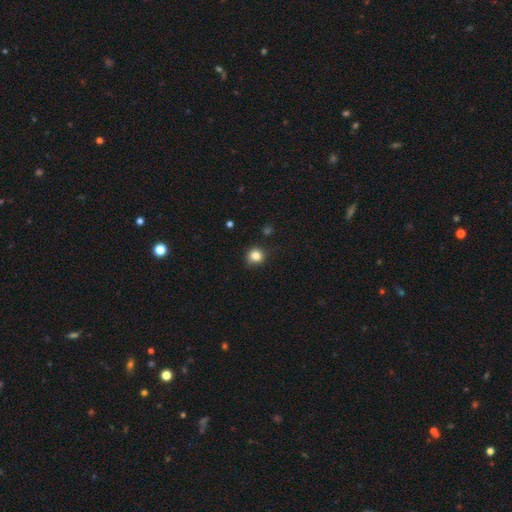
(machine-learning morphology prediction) Smooth or featured?
  - smooth: 83% *
  - star or artifact: 12%
  - featured or disk: 5%
How rounded?
  - round: 85% *
  - in between: 14%
  - cigar-shaped: 1%
Merging?
  - none: 83% *
  - minor disturbance: 13%
  - major disturbance: 3%
  - merger: 2%